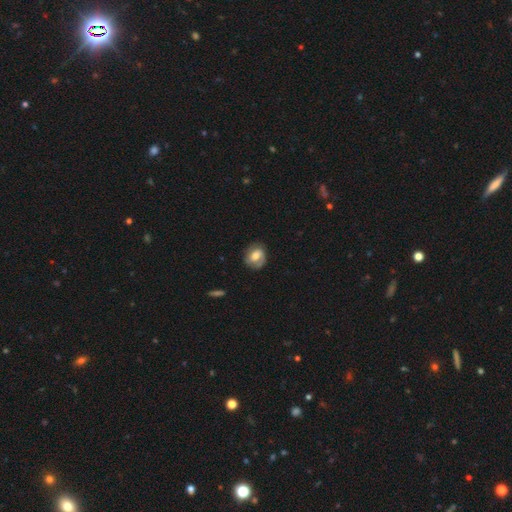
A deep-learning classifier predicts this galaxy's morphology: smooth 47%, featured or disk 46%, star or artifact 7%. Down the decision tree: merging — none (73%).